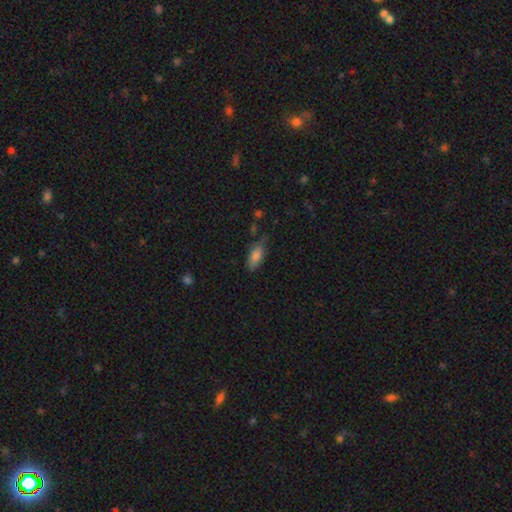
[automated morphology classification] Overall: smooth (80%). How rounded: in between (81%). Merging: none (62%; minor disturbance 27%).